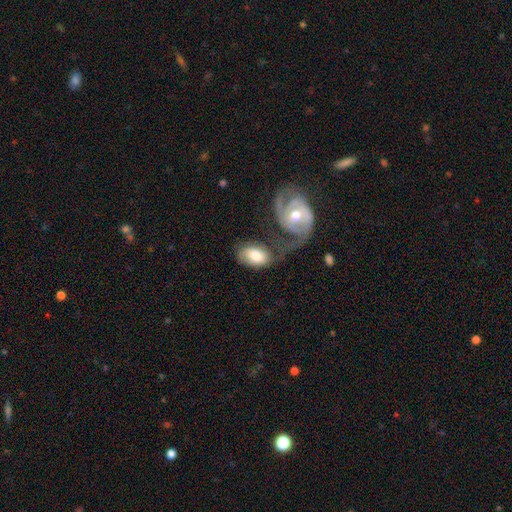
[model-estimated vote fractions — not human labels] smooth 67%, featured or disk 27%, star or artifact 6%. Down the decision tree: how rounded — in between (90%); merging — merger (36%).